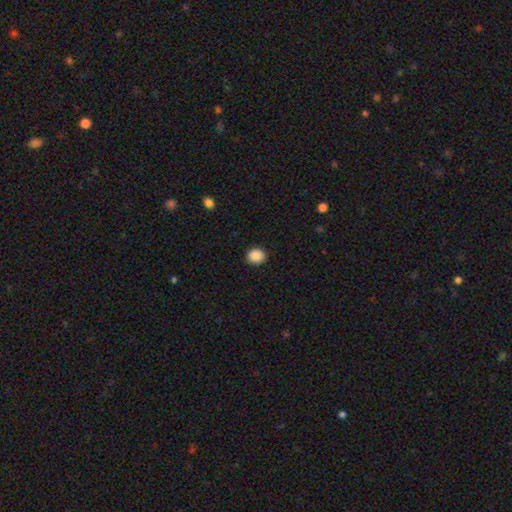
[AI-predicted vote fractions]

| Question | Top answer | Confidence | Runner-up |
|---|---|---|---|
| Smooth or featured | smooth | 89% | star or artifact (9%) |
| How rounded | round | 73% | in between (26%) |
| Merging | none | 90% | minor disturbance (7%) |